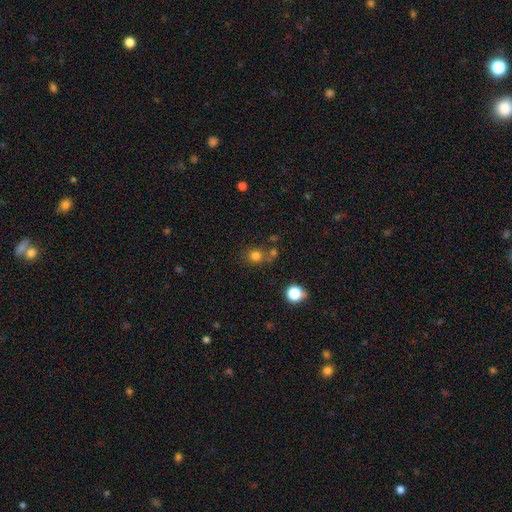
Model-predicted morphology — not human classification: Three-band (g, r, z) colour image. It shows a smooth galaxy with no disk features (77%) that is round (83%). Merging: none (67%).